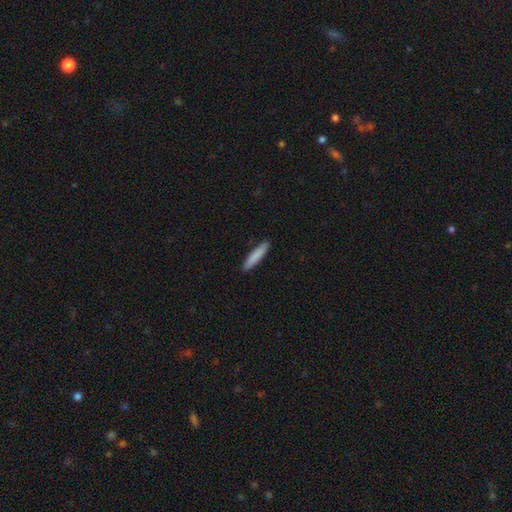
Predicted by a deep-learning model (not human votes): Q: Smooth or featured?
A: smooth (85%); runner-up: featured or disk (10%)
Q: How rounded?
A: cigar-shaped (90%); runner-up: in between (9%)
Q: Merging?
A: none (91%); runner-up: minor disturbance (7%)